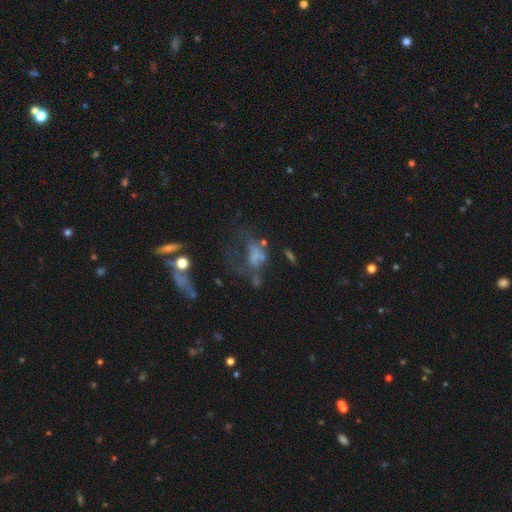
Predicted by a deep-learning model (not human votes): Overall: featured or disk (42%; smooth 40%). Merging: major disturbance (51%; none 20%).